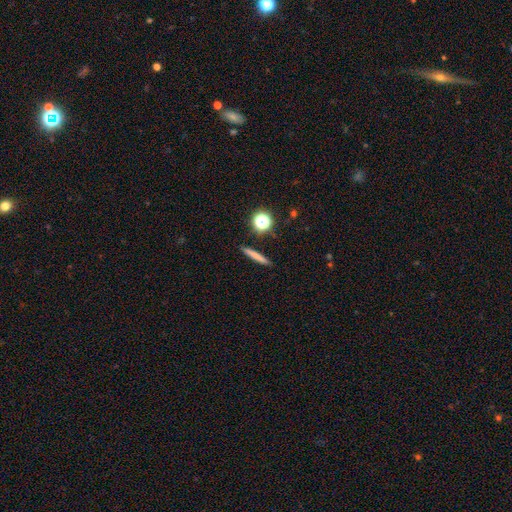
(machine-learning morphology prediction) Overall: smooth (70%). How rounded: cigar-shaped (91%). Merging: none (90%).